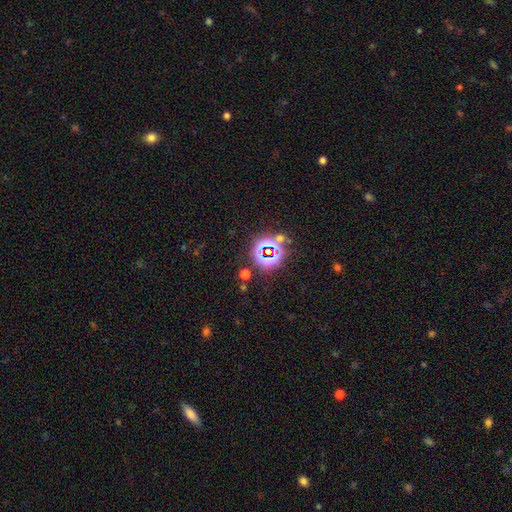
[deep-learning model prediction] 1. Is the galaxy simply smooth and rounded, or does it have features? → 74% star or artifact, 17% smooth, 9% featured or disk.